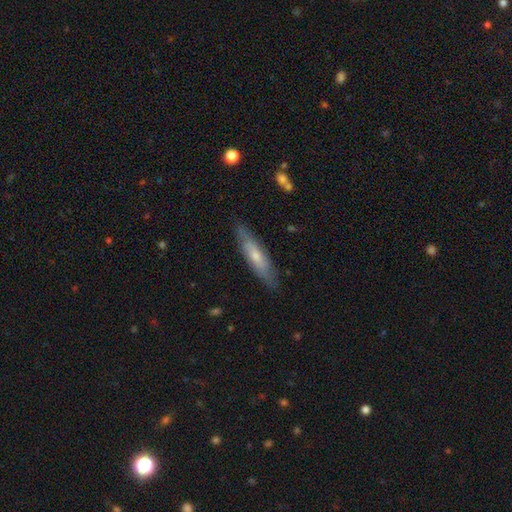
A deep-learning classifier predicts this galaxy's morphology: This is possibly a smooth galaxy (49%). Merging: clearly none (81%).